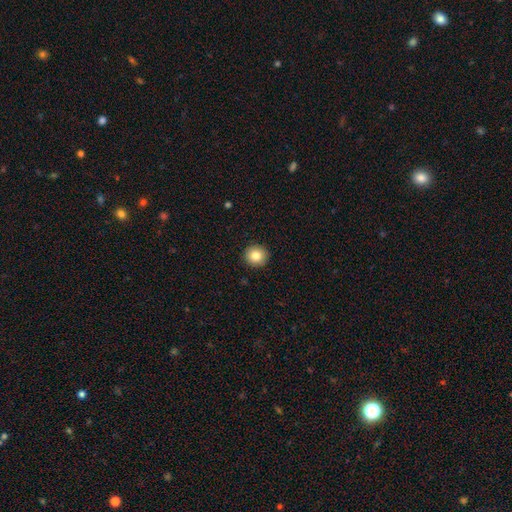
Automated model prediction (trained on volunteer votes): Morphology: type=smooth (83%); roundness=round (93%); merging=none (92%).